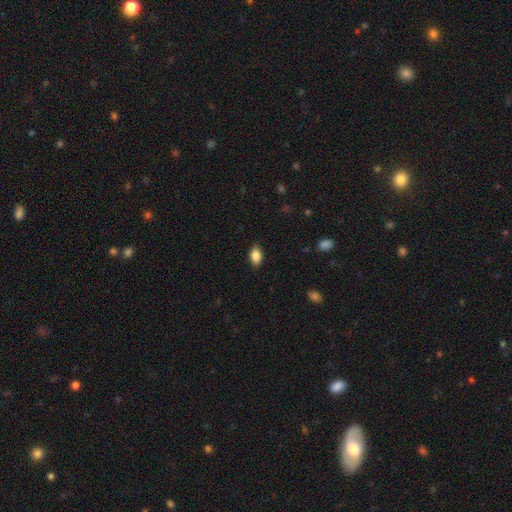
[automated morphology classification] Overall: smooth (86%). How rounded: in between (88%). Merging: none (86%).